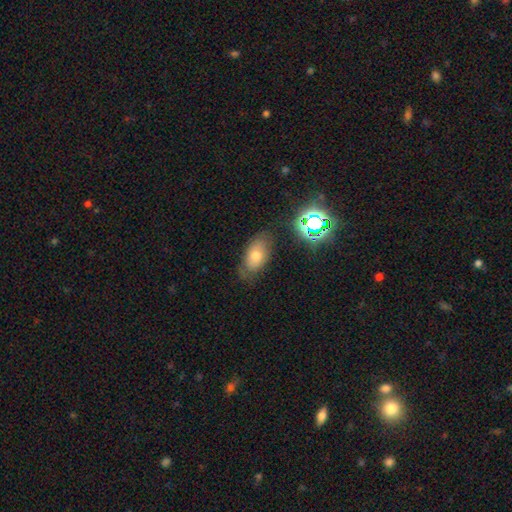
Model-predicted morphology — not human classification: Q: Smooth or featured?
A: smooth (65%); runner-up: featured or disk (19%)
Q: How rounded?
A: in between (90%); runner-up: round (8%)
Q: Merging?
A: none (70%); runner-up: minor disturbance (22%)